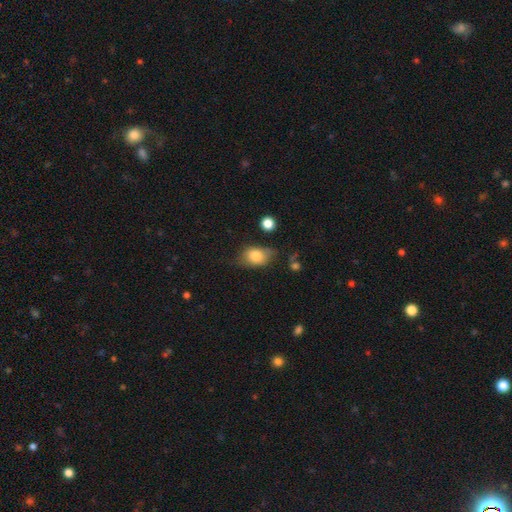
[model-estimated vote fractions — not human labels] Overall: smooth (79%). How rounded: in between (75%). Merging: none (56%; minor disturbance 30%).